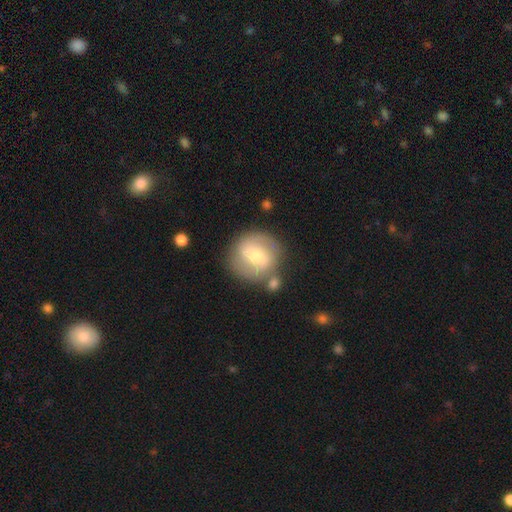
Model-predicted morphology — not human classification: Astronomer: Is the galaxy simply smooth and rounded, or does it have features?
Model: featured or disk — 54% (runner-up: smooth, 39%).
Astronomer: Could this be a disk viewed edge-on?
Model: no — 97%.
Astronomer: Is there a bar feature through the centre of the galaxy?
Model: no — 47% (runner-up: weak, 42%).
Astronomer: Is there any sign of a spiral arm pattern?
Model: yes — 79%.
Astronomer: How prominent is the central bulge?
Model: moderate — 60%.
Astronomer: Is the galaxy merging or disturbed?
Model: none — 67%.